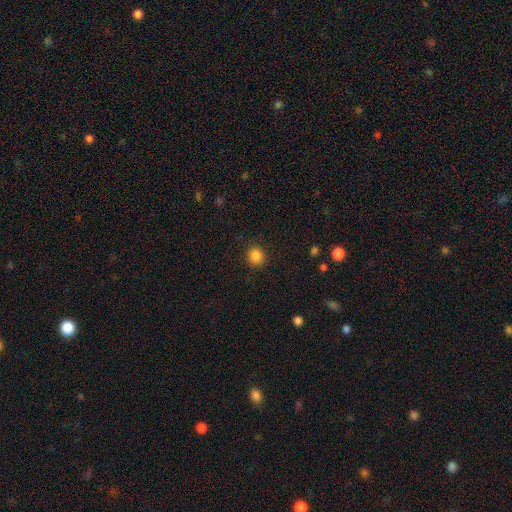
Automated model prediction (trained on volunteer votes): Q: Smooth or featured?
A: smooth (85%); runner-up: star or artifact (11%)
Q: How rounded?
A: round (87%); runner-up: in between (12%)
Q: Merging?
A: none (90%); runner-up: minor disturbance (6%)